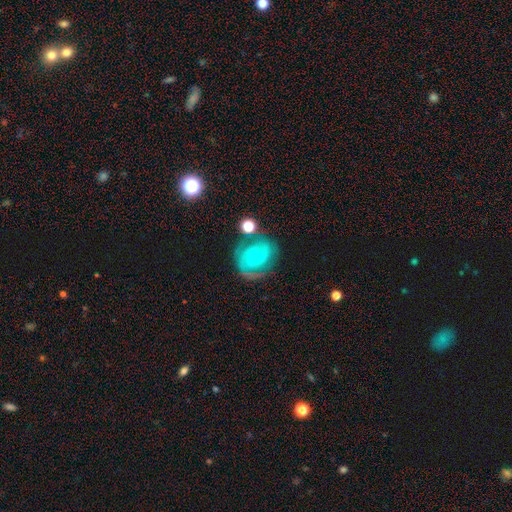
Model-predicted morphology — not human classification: featured or disk 75%, smooth 17%, star or artifact 8%. Down the decision tree: edge-on disk — no (98%); bar — no (61%); spiral arms — yes (91%); spiral arm count — 2 (59%); spiral winding — tight (43%); bulge size — small (76%); merging — none (58%).